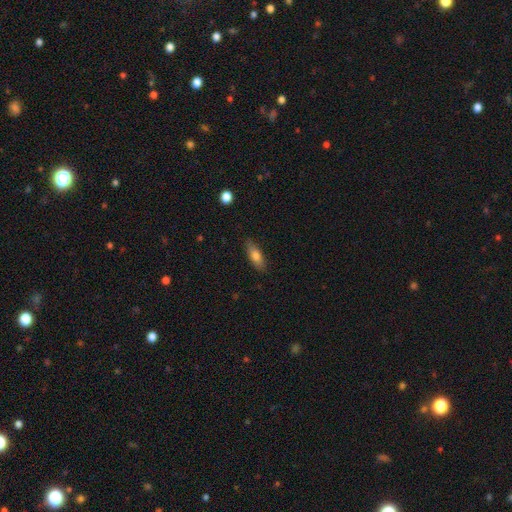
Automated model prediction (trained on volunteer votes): Overall: smooth (72%). How rounded: in between (59%; cigar-shaped 38%). Merging: none (84%).